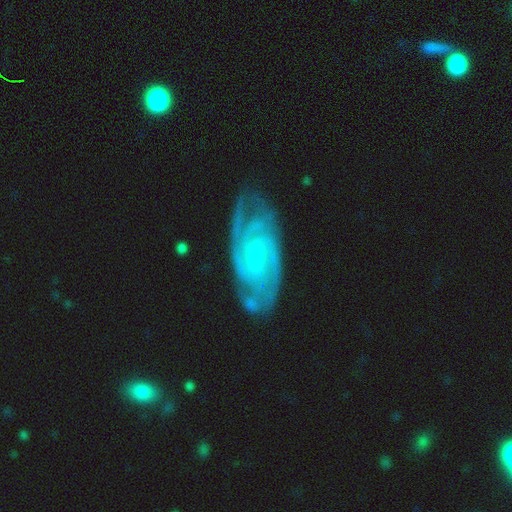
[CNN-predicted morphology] A featured or disk galaxy (89%) with no bar (48%), 2 (35%) tight (68%) spiral arms (98%) and a small central bulge (74%). Merging: none (74%).